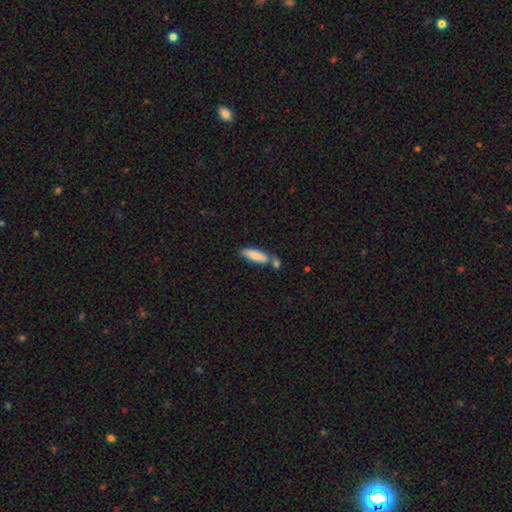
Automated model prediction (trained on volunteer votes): Smooth or featured?
  - smooth: 85% *
  - featured or disk: 9%
  - star or artifact: 6%
How rounded?
  - cigar-shaped: 50% *
  - in between: 48%
  - round: 2%
Merging?
  - none: 53% *
  - merger: 28%
  - minor disturbance: 15%
  - major disturbance: 4%